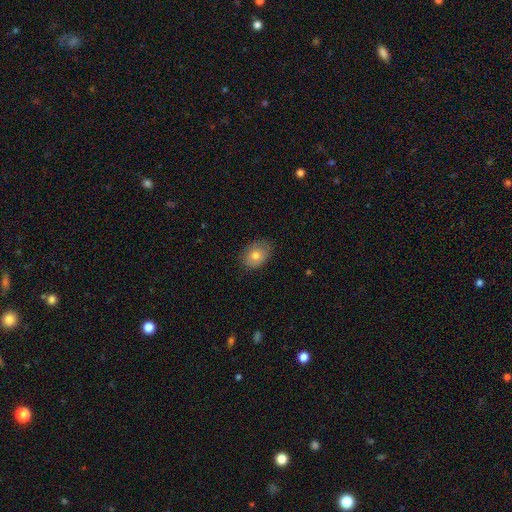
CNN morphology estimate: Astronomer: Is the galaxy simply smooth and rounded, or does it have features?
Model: smooth — 77%.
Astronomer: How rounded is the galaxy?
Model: in between — 77%.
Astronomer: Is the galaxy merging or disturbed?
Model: none — 79%.